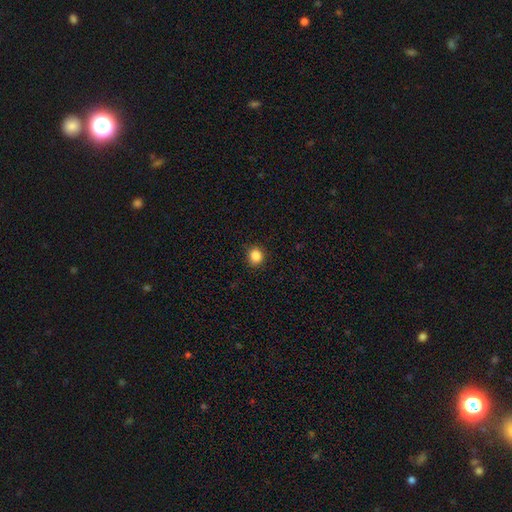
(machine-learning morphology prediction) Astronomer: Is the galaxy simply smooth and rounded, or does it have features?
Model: smooth — 86%.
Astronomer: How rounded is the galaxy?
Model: round — 83%.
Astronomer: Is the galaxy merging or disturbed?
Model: none — 89%.